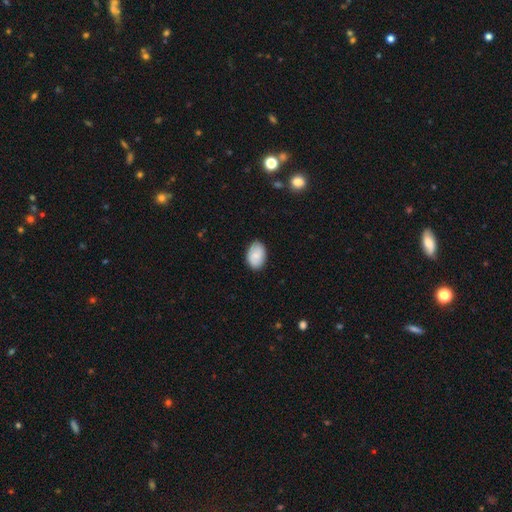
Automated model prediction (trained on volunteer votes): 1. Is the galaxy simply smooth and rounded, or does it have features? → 82% smooth, 12% featured or disk, 6% star or artifact.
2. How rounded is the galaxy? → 87% in between, 12% round, 1% cigar-shaped.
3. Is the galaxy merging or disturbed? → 85% none, 12% minor disturbance, 2% major disturbance, 1% merger.